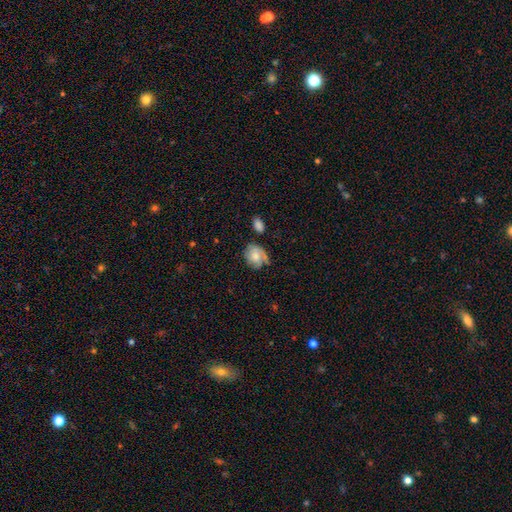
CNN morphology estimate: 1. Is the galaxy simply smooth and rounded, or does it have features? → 55% smooth, 36% featured or disk, 8% star or artifact.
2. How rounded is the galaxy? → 55% round, 44% in between, 1% cigar-shaped.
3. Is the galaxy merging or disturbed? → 53% none, 30% minor disturbance, 13% major disturbance, 5% merger.